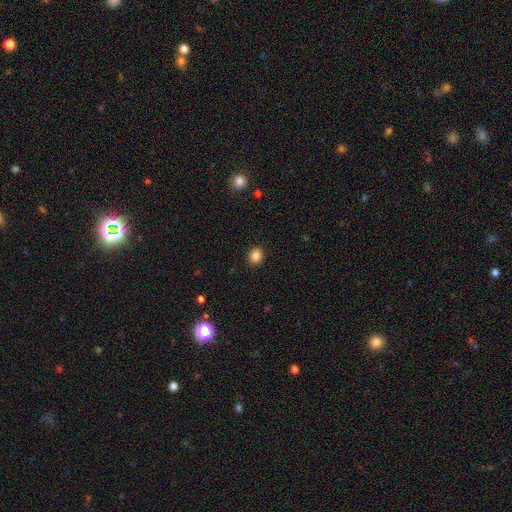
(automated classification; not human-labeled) Overall: smooth (86%). How rounded: round (63%; in between 36%). Merging: none (90%).